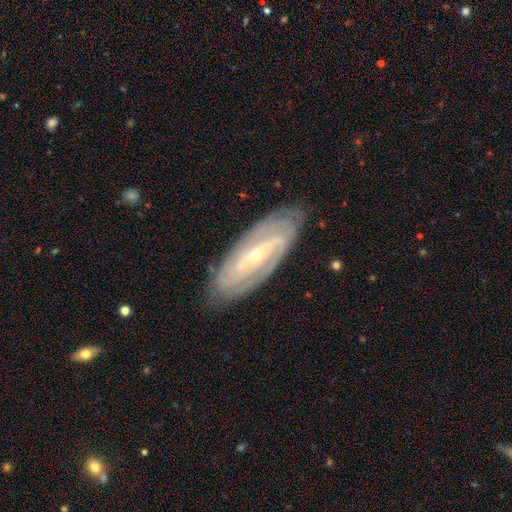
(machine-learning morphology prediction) Q: Smooth or featured?
A: featured or disk (87%); runner-up: smooth (8%)
Q: Edge-on disk?
A: no (89%); runner-up: yes (11%)
Q: Bar?
A: strong (38%); runner-up: weak (34%)
Q: Spiral arms?
A: yes (95%); runner-up: no (5%)
Q: Spiral winding?
A: tight (67%); runner-up: medium (26%)
Q: Spiral arm count?
A: 2 (31%); tied with: can't tell (31%)
Q: Bulge size?
A: small (70%); runner-up: moderate (28%)
Q: Merging?
A: none (83%); runner-up: minor disturbance (13%)